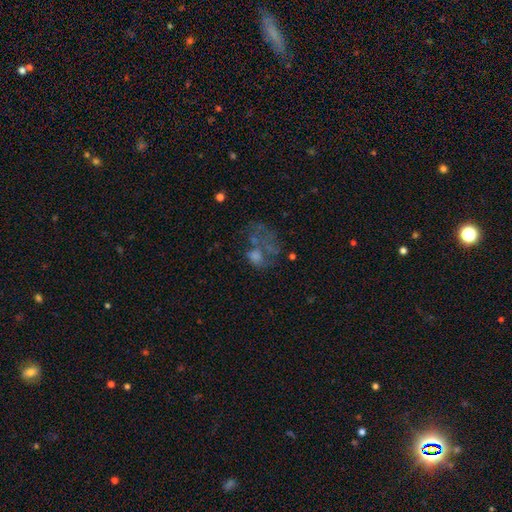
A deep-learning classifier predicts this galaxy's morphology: A featured or disk galaxy (42%).

Vote fractions:
- Smooth or featured? featured or disk: 42% / smooth: 37% / star or artifact: 20%
- Merging? major disturbance: 43% / none: 27% / merger: 15% / minor disturbance: 14%